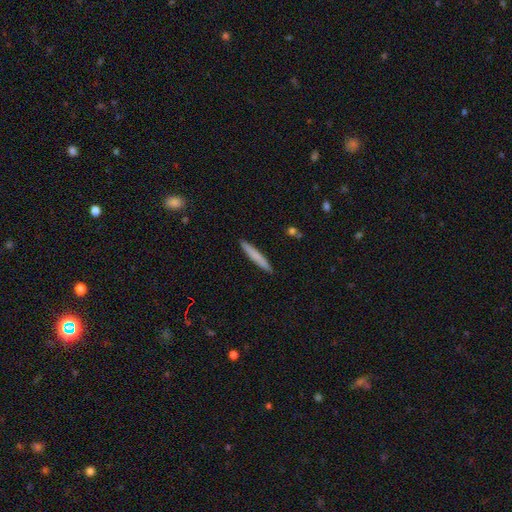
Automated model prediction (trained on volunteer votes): smooth-or-featured: smooth: 74% | featured or disk: 20% | star or artifact: 6%
  how-rounded: cigar-shaped: 96% | in between: 3% | round: 1%
  merging: none: 92% | minor disturbance: 6% | major disturbance: 1% | merger: 1%